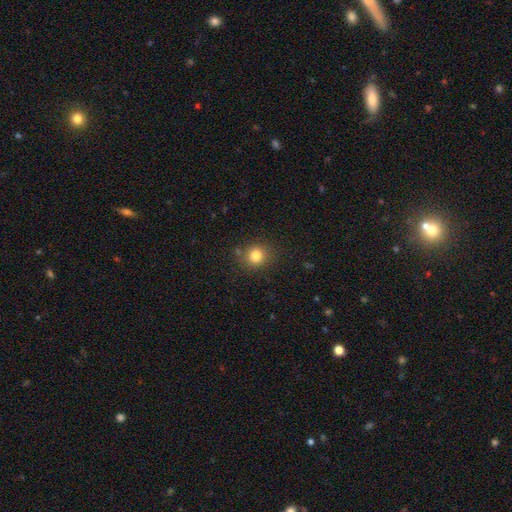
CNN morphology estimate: Smooth or featured?
  - smooth: 81% *
  - star or artifact: 13%
  - featured or disk: 7%
How rounded?
  - round: 86% *
  - in between: 14%
  - cigar-shaped: 1%
Merging?
  - none: 83% *
  - minor disturbance: 10%
  - merger: 4%
  - major disturbance: 3%